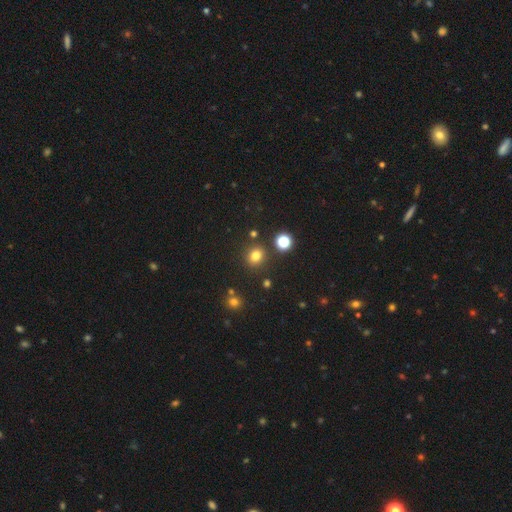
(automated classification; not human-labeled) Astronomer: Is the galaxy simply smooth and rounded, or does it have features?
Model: smooth — 76%.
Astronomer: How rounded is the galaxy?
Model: round — 80%.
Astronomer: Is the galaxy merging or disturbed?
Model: none — 84%.